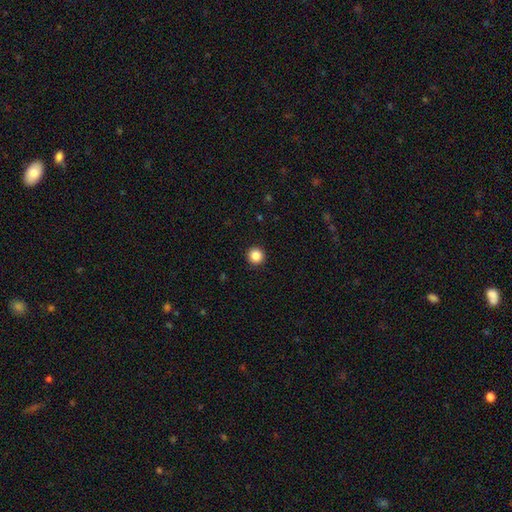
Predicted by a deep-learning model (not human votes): A smooth galaxy with no disk features (86%) that is round (96%). Merging: none (94%).